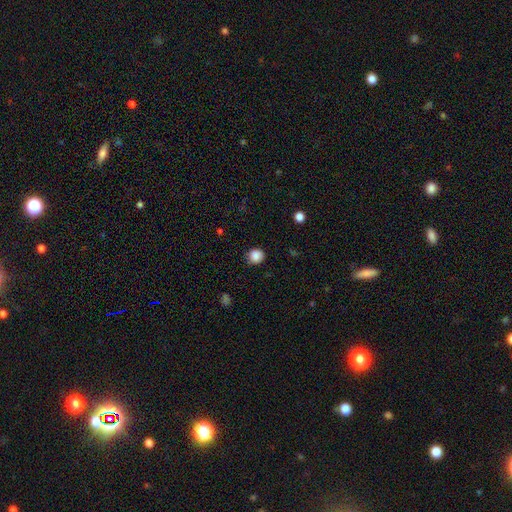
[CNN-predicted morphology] Smooth or featured? smooth (87%)
How rounded? round (88%)
Merging? none (87%)